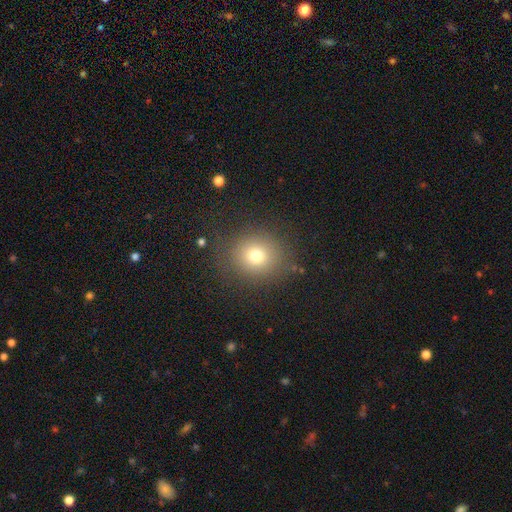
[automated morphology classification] smooth-or-featured: smooth: 74% | star or artifact: 16% | featured or disk: 10%
  how-rounded: round: 87% | in between: 12% | cigar-shaped: 1%
  merging: none: 83% | minor disturbance: 10% | major disturbance: 5% | merger: 2%